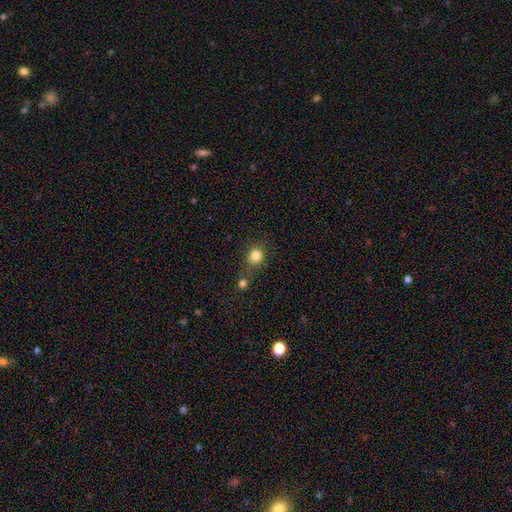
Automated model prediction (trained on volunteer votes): A smooth galaxy with no disk features (83%) that is round (79%).

Vote fractions:
- Smooth or featured? smooth: 83% / star or artifact: 11% / featured or disk: 6%
- How rounded? round: 79% / in between: 20% / cigar-shaped: 1%
- Merging? none: 60% / merger: 22% / minor disturbance: 12% / major disturbance: 5%